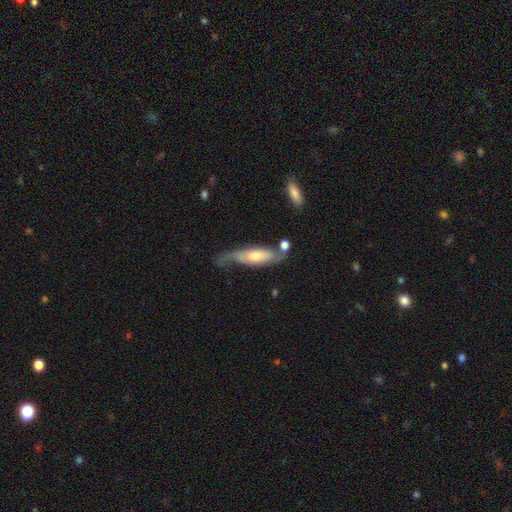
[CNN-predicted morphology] This is likely a featured or disk galaxy (63%). It is possibly not viewed edge-on (54%). Merging: possibly none (49%).